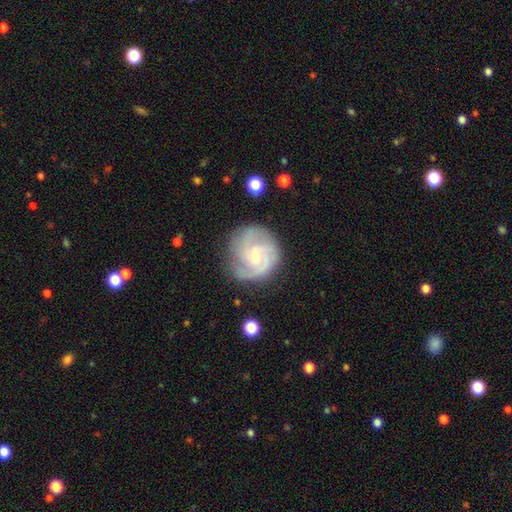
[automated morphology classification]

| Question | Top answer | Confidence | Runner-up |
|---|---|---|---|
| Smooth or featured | featured or disk | 83% | smooth (12%) |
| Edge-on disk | no | 98% | yes (2%) |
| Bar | no | 57% | weak (37%) |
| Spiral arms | yes | 96% | no (4%) |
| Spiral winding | tight | 49% | medium (41%) |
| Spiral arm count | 3 | 44% | 2 (24%) |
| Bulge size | small | 63% | moderate (33%) |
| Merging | none | 75% | minor disturbance (17%) |